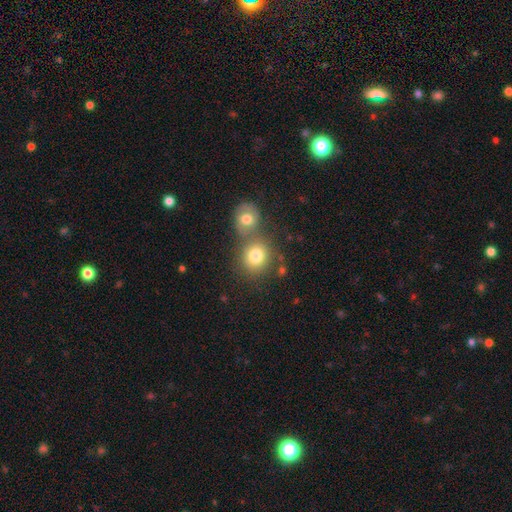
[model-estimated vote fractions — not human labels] A smooth galaxy with no disk features (78%) that is round (82%).

Vote fractions:
- Smooth or featured? smooth: 78% / featured or disk: 12% / star or artifact: 10%
- How rounded? round: 82% / in between: 18% / cigar-shaped: 1%
- Merging? none: 48% / merger: 41% / minor disturbance: 8% / major disturbance: 3%